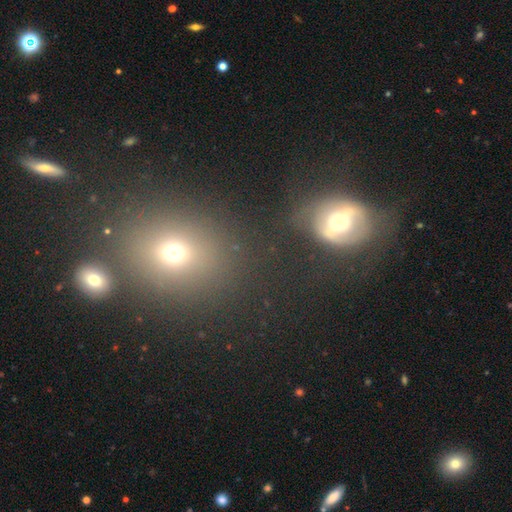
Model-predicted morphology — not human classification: Overall: smooth (49%; star or artifact 29%). Merging: none (70%).